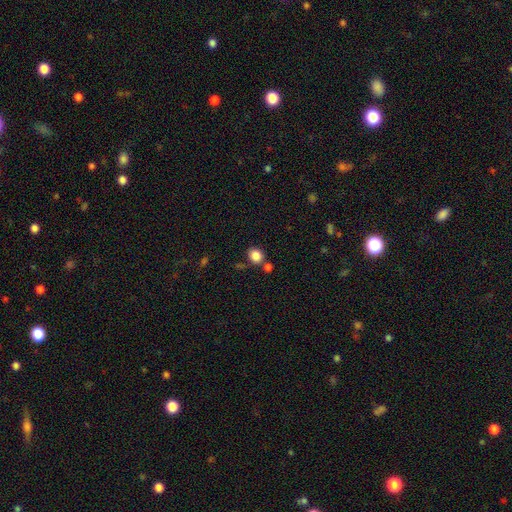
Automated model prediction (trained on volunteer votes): Smooth or featured? smooth (85%)
How rounded? round (71%)
Merging? none (69%)